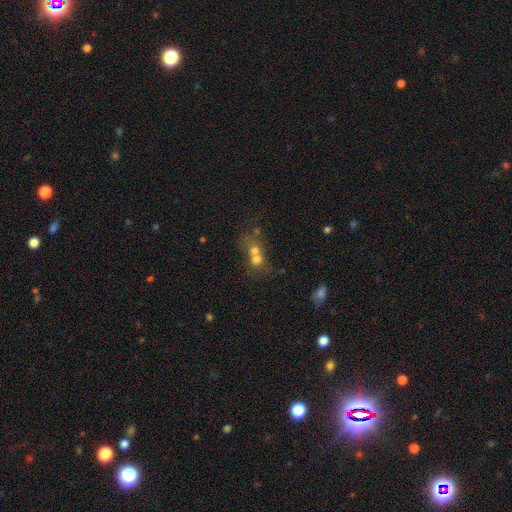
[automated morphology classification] The model was most divided on "smooth or featured": smooth: 62%, featured or disk: 23%, star or artifact: 15%. More confident: how rounded — round (72%); merging — merger (69%).